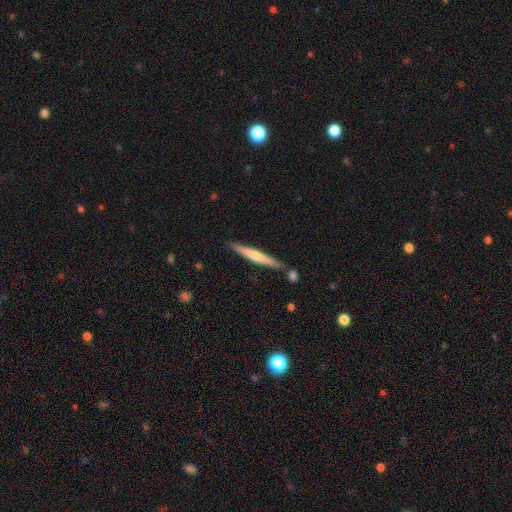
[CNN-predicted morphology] This appears to be a smooth galaxy with no disk features (48%). Merging: none (82%).